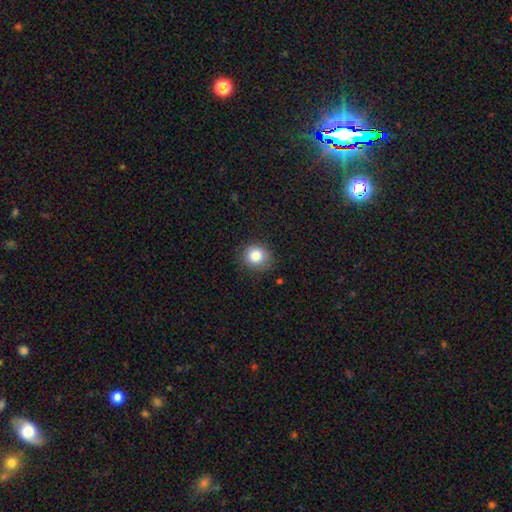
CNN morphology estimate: Q: Smooth or featured?
A: smooth (83%); runner-up: star or artifact (10%)
Q: How rounded?
A: round (82%); runner-up: in between (18%)
Q: Merging?
A: none (83%); runner-up: minor disturbance (12%)